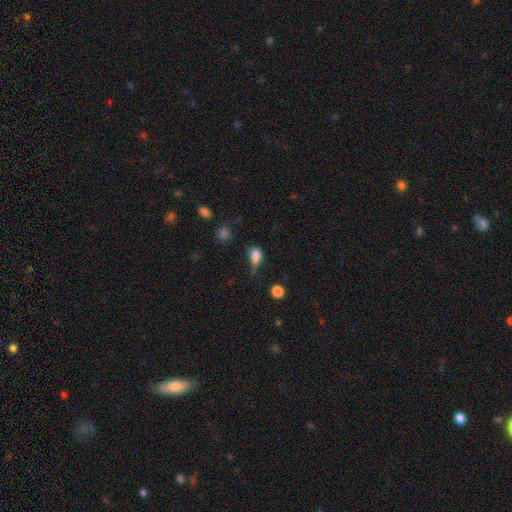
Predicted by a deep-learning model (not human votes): A smooth galaxy with no disk features (75%) that is in between round and cigar-shaped (71%). Merging: minor disturbance (30%, tied with none).